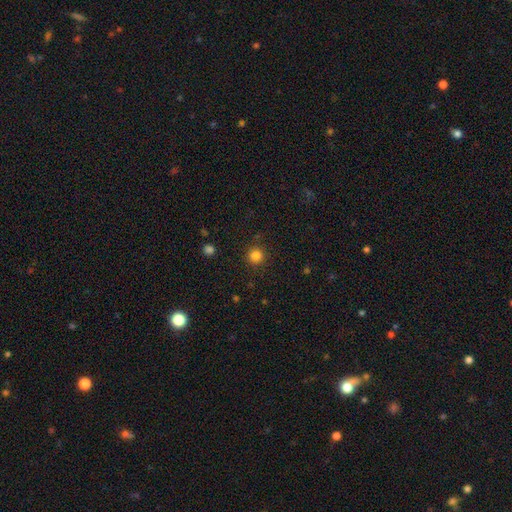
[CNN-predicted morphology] Smooth or featured? Predicted: smooth (p=0.83). How rounded? Predicted: round (p=0.95). Merging? Predicted: none (p=0.91).